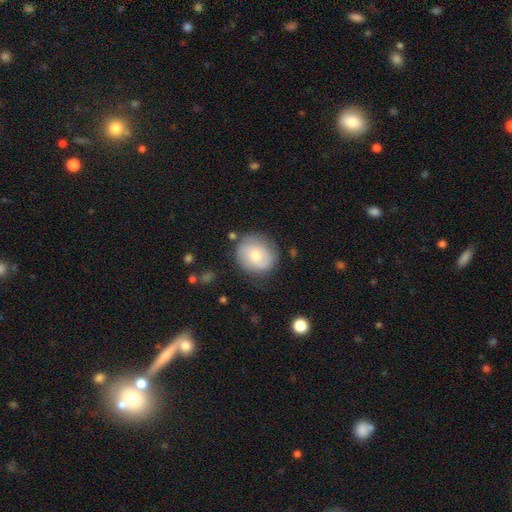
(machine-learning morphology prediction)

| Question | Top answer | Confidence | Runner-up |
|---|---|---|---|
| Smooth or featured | smooth | 63% | featured or disk (30%) |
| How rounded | round | 83% | in between (16%) |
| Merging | none | 73% | minor disturbance (19%) |